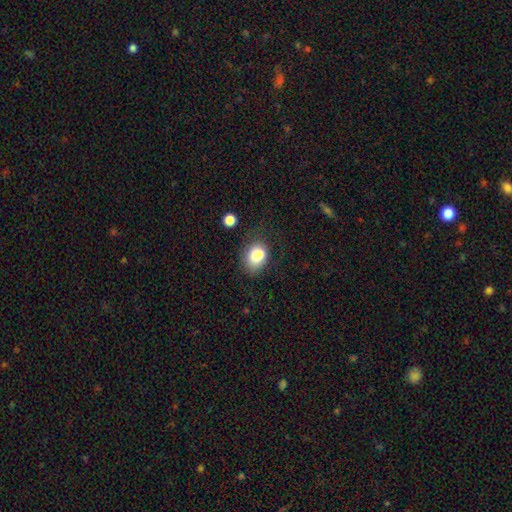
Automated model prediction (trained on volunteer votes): This is likely a smooth galaxy (80%). How rounded: likely in between (63%). Merging: likely none (60%).